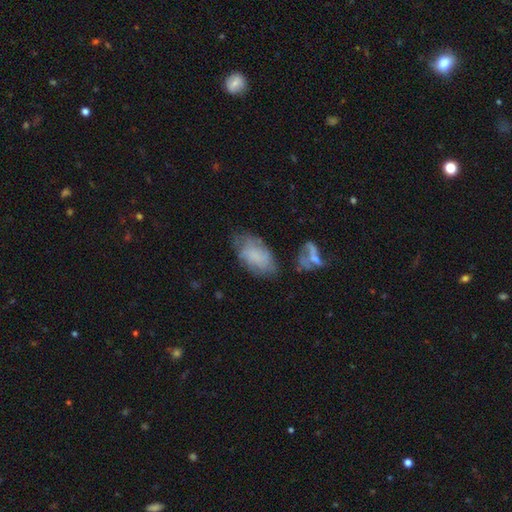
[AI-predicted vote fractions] Smooth or featured? Predicted: smooth (p=0.59). How rounded? Predicted: in between (p=0.93). Merging? Predicted: none (p=0.51).